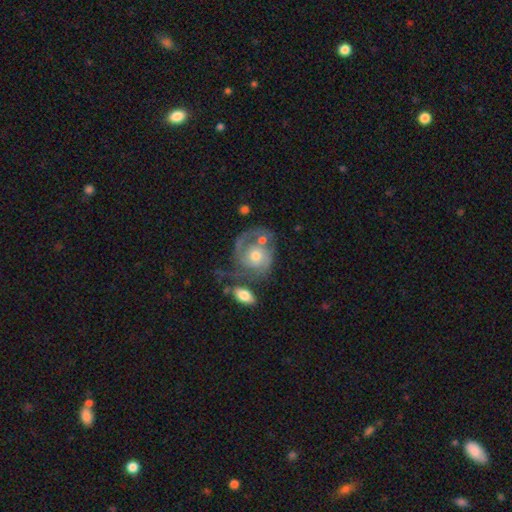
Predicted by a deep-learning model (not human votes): Smooth or featured? Predicted: featured or disk (p=0.74). Edge-on disk? Predicted: no (p=0.98). Bar? Predicted: no (p=0.80). Spiral arms? Predicted: yes (p=0.88). Spiral winding? Predicted: tight (p=0.46). Spiral arm count? Predicted: 2 (p=0.44). Bulge size? Predicted: moderate (p=0.62). Merging? Predicted: none (p=0.34).